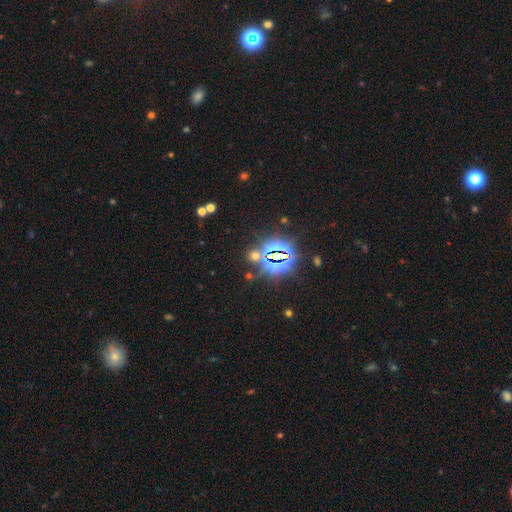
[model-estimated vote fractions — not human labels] Smooth or featured: star or artifact — 63% (smooth — 30%)